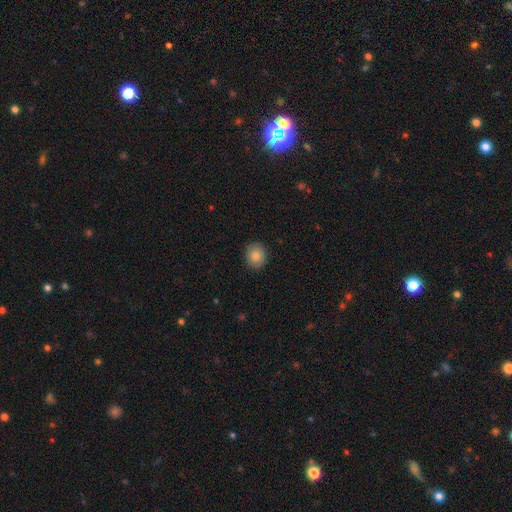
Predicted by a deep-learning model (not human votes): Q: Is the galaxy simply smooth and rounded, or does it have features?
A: smooth — 80%.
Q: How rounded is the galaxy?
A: round — 75%.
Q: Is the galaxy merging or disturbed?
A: none — 90%.